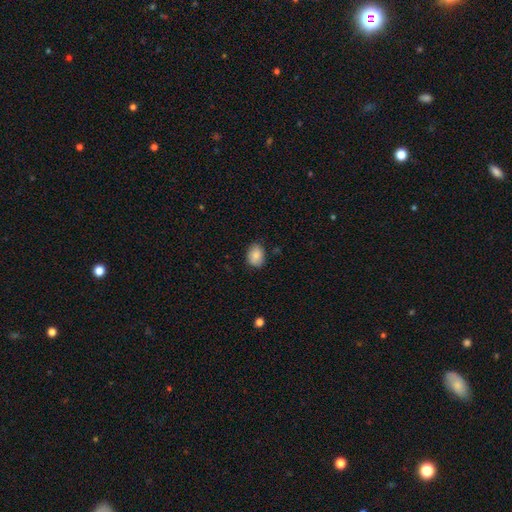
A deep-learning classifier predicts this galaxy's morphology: A smooth galaxy with no disk features (86%) that is in between round and cigar-shaped (65%). Merging: none (80%).